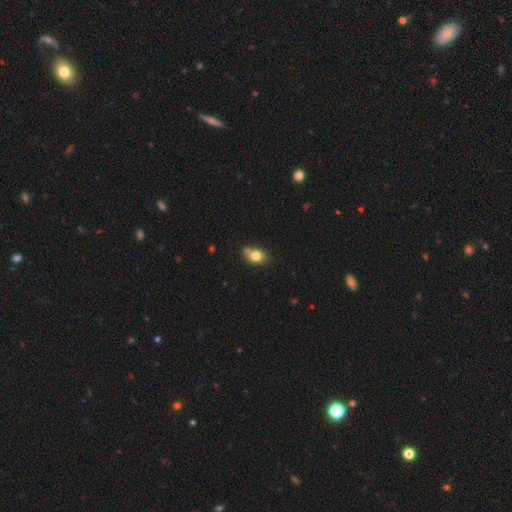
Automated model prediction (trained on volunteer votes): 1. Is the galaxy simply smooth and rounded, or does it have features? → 78% smooth, 12% featured or disk, 9% star or artifact.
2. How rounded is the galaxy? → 72% in between, 26% round, 2% cigar-shaped.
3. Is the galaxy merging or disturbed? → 58% none, 23% minor disturbance, 14% merger, 5% major disturbance.